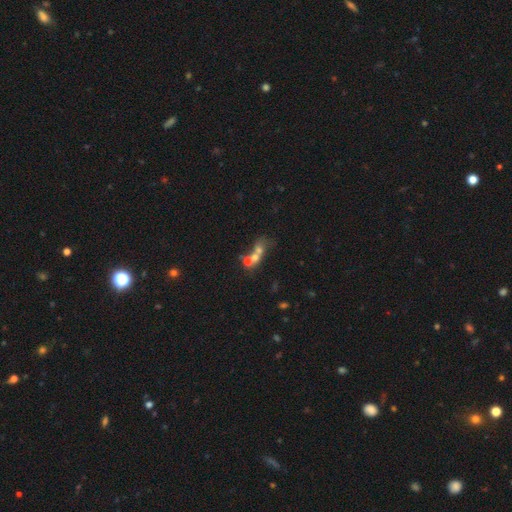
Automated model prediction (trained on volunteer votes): Q: Smooth or featured?
A: smooth (50%); runner-up: featured or disk (32%)
Q: How rounded?
A: round (58%); runner-up: in between (37%)
Q: Merging?
A: merger (64%); runner-up: none (22%)